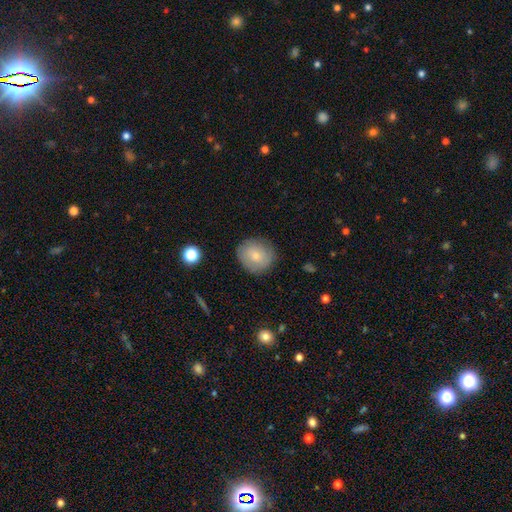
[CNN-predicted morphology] This is likely a smooth galaxy (70%). How rounded: clearly round (81%). Merging: clearly none (82%).